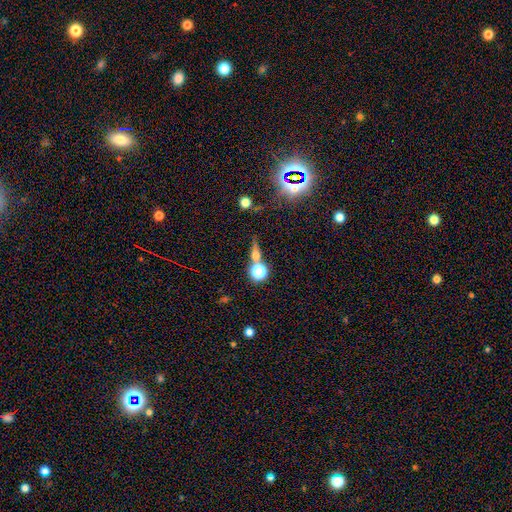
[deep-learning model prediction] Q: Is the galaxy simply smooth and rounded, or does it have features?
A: smooth — 42%.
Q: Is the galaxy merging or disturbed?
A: none — 61%.